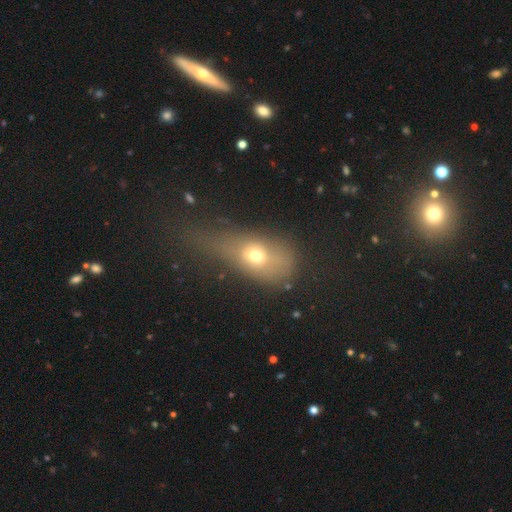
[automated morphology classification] A smooth galaxy with no disk features (63%) that is in between round and cigar-shaped (68%). Merging: major disturbance (48%).